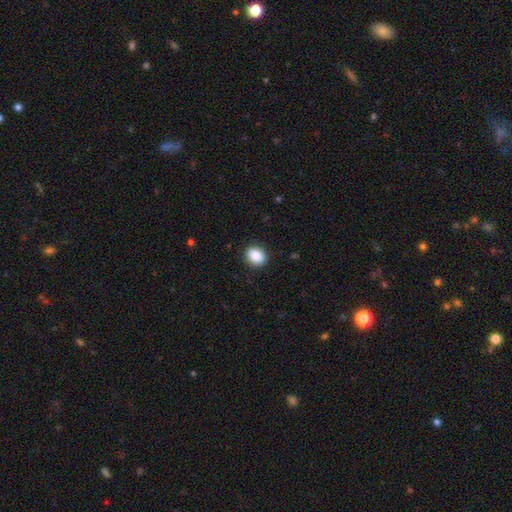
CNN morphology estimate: Smooth or featured? Predicted: smooth (p=0.88). How rounded? Predicted: in between (p=0.50). Merging? Predicted: none (p=0.90).